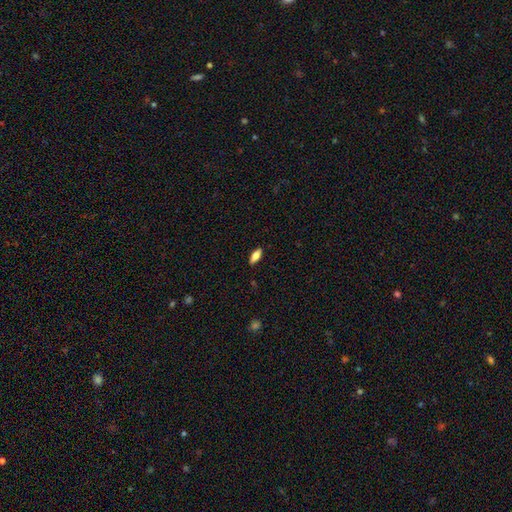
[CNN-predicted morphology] smooth_or_featured: smooth (p=0.68) [alt: featured or disk p=0.24]
how_rounded: in between (p=0.76) [alt: cigar-shaped p=0.21]
merging: none (p=0.88) [alt: minor disturbance p=0.09]